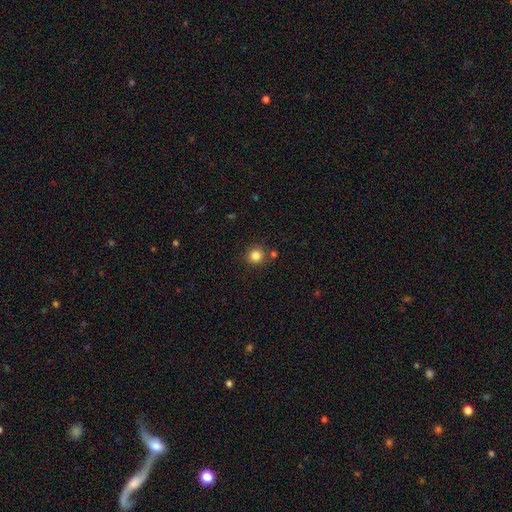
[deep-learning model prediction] Smooth or featured?
  - smooth: 84% *
  - star or artifact: 12%
  - featured or disk: 5%
How rounded?
  - round: 91% *
  - in between: 8%
  - cigar-shaped: 1%
Merging?
  - none: 81% *
  - minor disturbance: 8%
  - merger: 7%
  - major disturbance: 3%